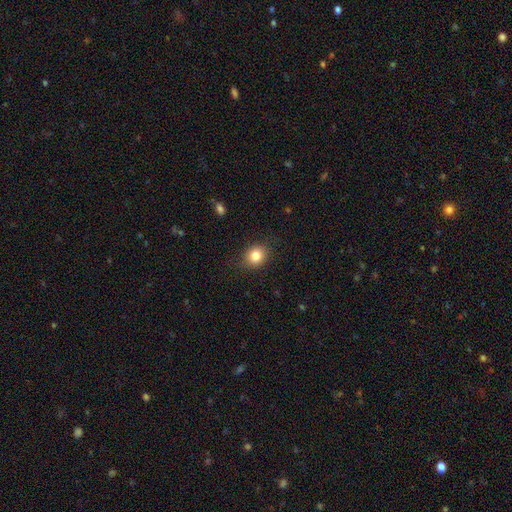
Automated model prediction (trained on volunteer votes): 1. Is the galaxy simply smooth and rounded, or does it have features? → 83% smooth, 10% star or artifact, 7% featured or disk.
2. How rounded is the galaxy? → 60% round, 39% in between, 1% cigar-shaped.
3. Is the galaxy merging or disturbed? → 85% none, 11% minor disturbance, 3% major disturbance, 1% merger.